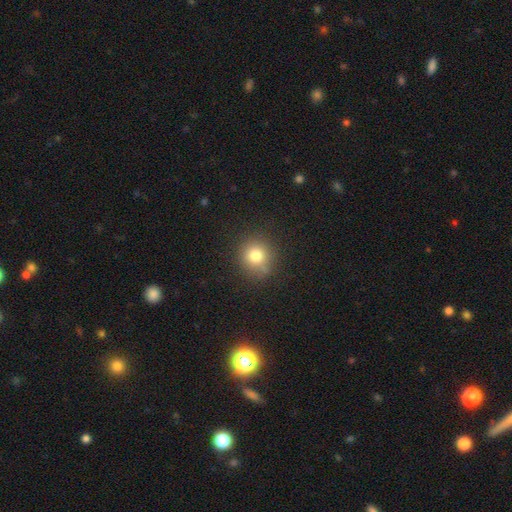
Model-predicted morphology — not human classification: Smooth or featured: smooth — 78% (star or artifact — 14%)
How rounded: round — 89% (in between — 10%)
Merging: none — 82% (minor disturbance — 12%)